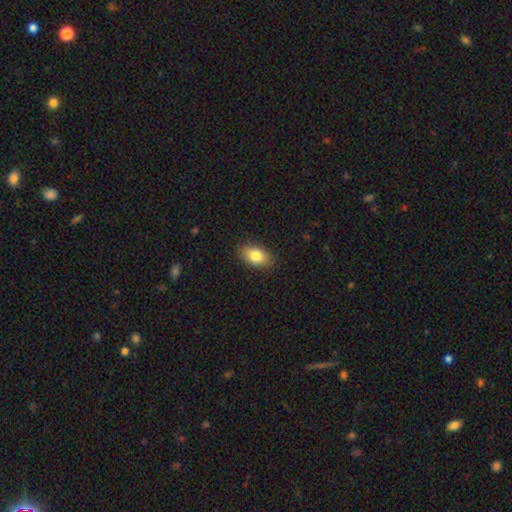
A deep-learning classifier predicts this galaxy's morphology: smooth-or-featured: smooth: 82% | featured or disk: 10% | star or artifact: 8%
  how-rounded: in between: 89% | round: 9% | cigar-shaped: 2%
  merging: none: 88% | minor disturbance: 9% | major disturbance: 2% | merger: 1%